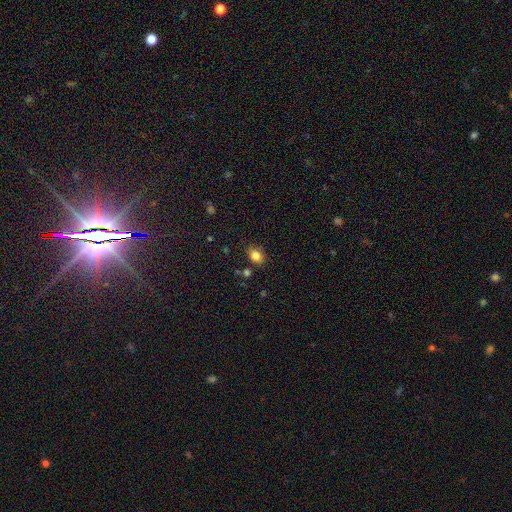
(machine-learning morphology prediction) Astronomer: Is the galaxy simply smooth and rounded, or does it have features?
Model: smooth — 83%.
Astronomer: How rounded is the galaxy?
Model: in between — 64%.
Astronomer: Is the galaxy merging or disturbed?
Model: none — 81%.